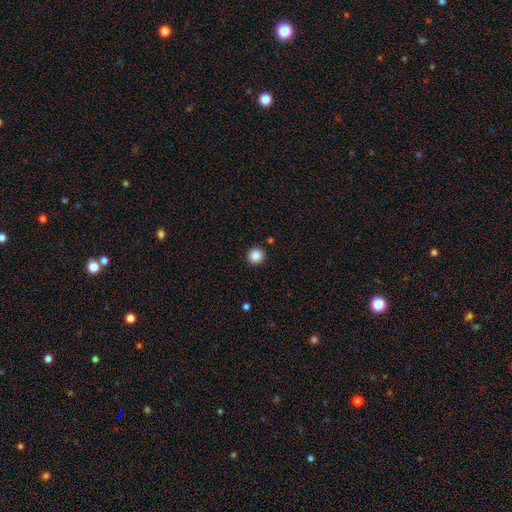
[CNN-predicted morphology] Q: Smooth or featured?
A: smooth (86%); runner-up: star or artifact (10%)
Q: How rounded?
A: round (95%); runner-up: in between (4%)
Q: Merging?
A: none (92%); runner-up: minor disturbance (4%)